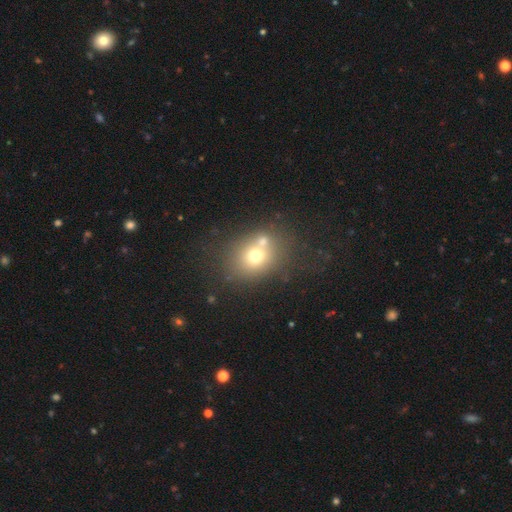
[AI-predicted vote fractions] smooth 66%, featured or disk 19%, star or artifact 15%. Down the decision tree: how rounded — round (62%); merging — none (52%).